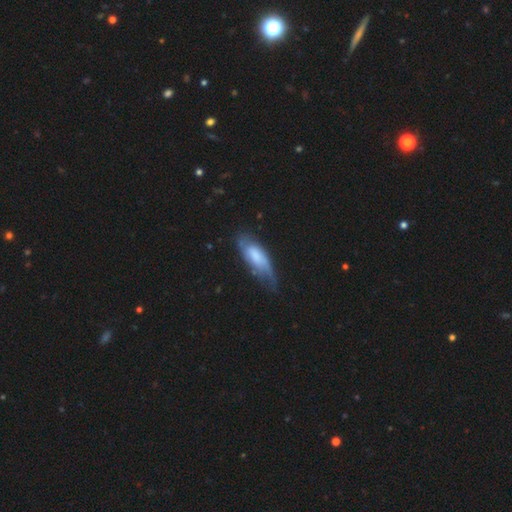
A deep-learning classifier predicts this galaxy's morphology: The model was most divided on "smooth or featured": smooth: 48%, featured or disk: 45%, star or artifact: 7%. More confident: merging — none (50%).